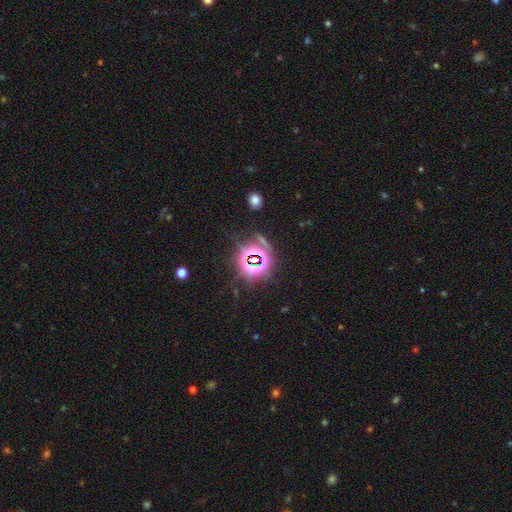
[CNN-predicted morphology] smooth-or-featured: star or artifact: 82% | smooth: 10% | featured or disk: 7%